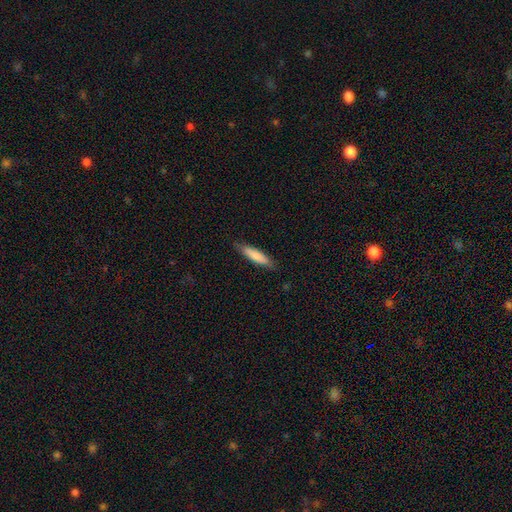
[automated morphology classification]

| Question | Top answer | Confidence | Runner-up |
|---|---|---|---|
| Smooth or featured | smooth | 80% | featured or disk (14%) |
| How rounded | cigar-shaped | 78% | in between (21%) |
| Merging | none | 83% | minor disturbance (14%) |